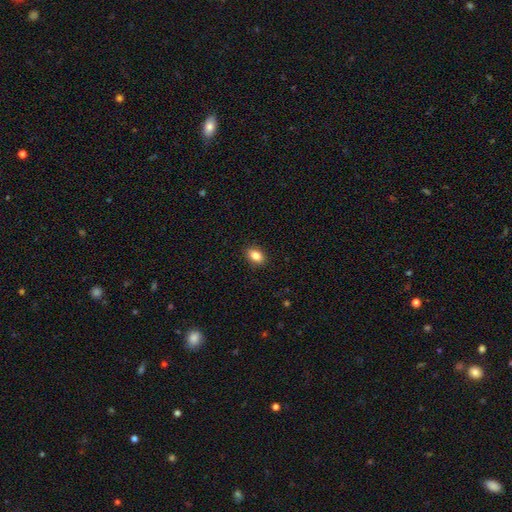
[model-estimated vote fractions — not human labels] smooth 85%, star or artifact 9%, featured or disk 6%. Down the decision tree: how rounded — in between (79%); merging — none (89%).